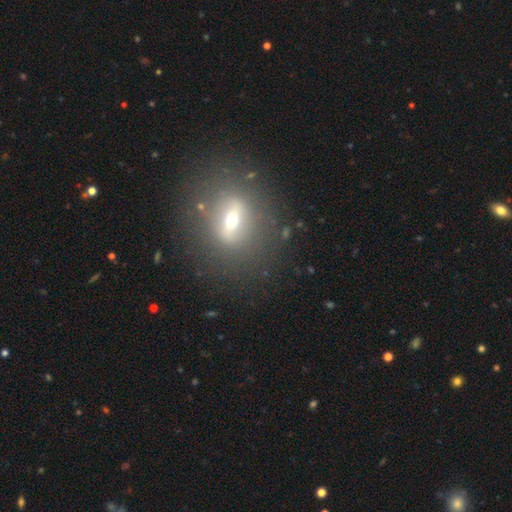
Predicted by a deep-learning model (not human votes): featured or disk 47%, smooth 35%, star or artifact 18%. Down the decision tree: merging — none (82%).